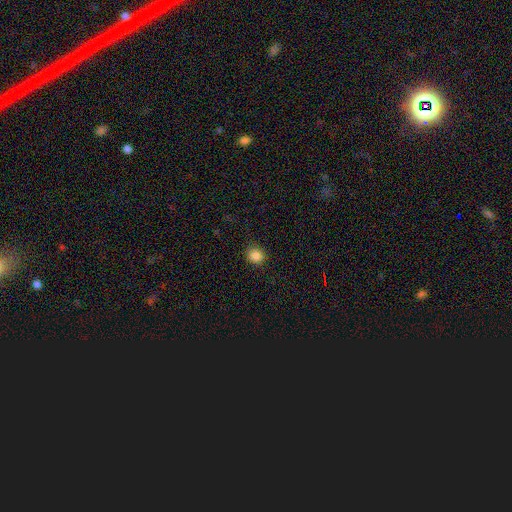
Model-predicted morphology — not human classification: A smooth galaxy with no disk features (86%) that is round (85%). Merging: none (88%).